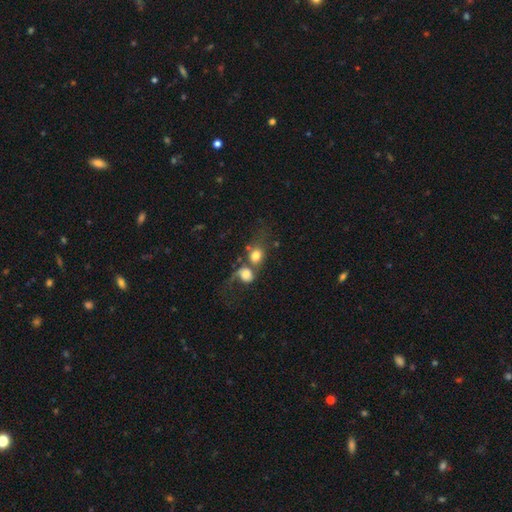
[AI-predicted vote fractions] Q: Smooth or featured?
A: smooth (69%); runner-up: featured or disk (21%)
Q: How rounded?
A: round (65%); runner-up: in between (33%)
Q: Merging?
A: merger (62%); runner-up: none (18%)